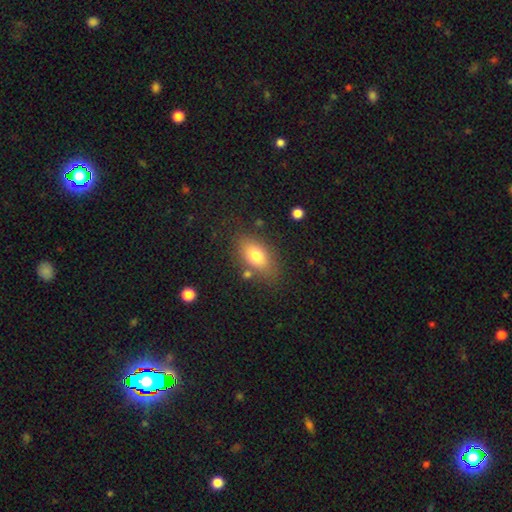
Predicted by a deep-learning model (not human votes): Q: Smooth or featured?
A: smooth (77%); runner-up: featured or disk (15%)
Q: How rounded?
A: in between (86%); runner-up: round (9%)
Q: Merging?
A: none (77%); runner-up: minor disturbance (14%)